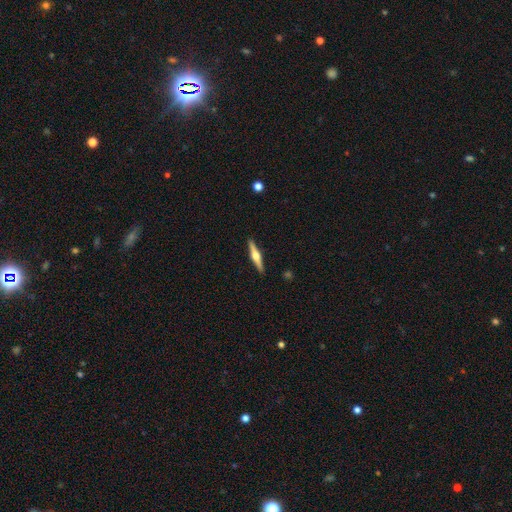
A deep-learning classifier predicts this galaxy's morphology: Smooth or featured? featured or disk (73%)
Edge-on disk? yes (98%)
Edge-on bulge? rounded (94%)
Merging? none (92%)